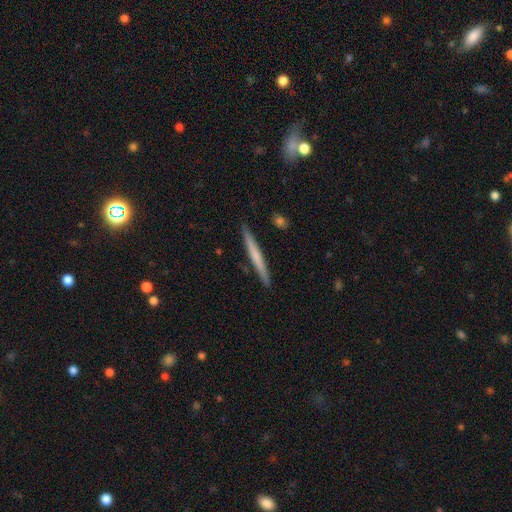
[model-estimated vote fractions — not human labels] Q: Smooth or featured?
A: smooth (54%); runner-up: featured or disk (40%)
Q: How rounded?
A: cigar-shaped (97%); runner-up: in between (2%)
Q: Merging?
A: none (90%); runner-up: minor disturbance (7%)